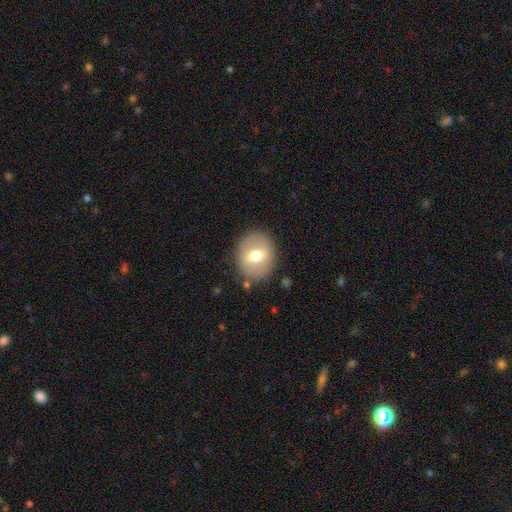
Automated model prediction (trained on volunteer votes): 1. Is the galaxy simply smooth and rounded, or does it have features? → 57% smooth, 36% featured or disk, 8% star or artifact.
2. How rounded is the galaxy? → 68% round, 31% in between, 1% cigar-shaped.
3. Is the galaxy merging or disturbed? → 85% none, 9% minor disturbance, 3% major disturbance, 2% merger.